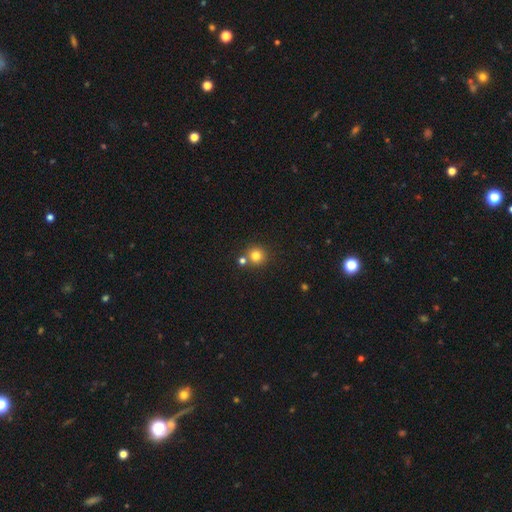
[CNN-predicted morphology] The model was most divided on "merging": none: 73%, merger: 18%, minor disturbance: 7%, major disturbance: 2%. More confident: how rounded — round (93%); smooth or featured — smooth (80%).